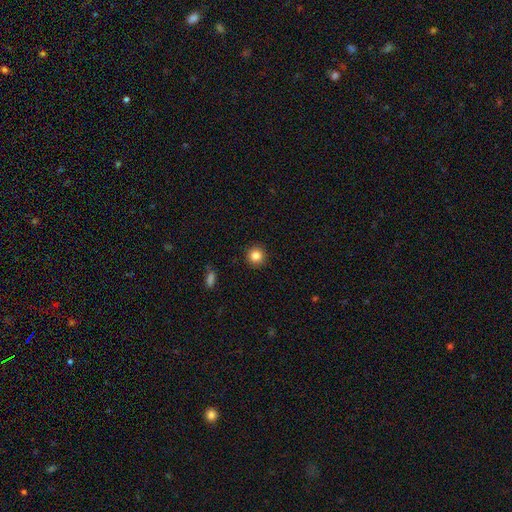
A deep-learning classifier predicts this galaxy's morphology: A smooth galaxy with no disk features (85%) that is round (94%).

Vote fractions:
- Smooth or featured? smooth: 85% / star or artifact: 10% / featured or disk: 5%
- How rounded? round: 94% / in between: 5% / cigar-shaped: 1%
- Merging? none: 92% / minor disturbance: 6% / major disturbance: 2% / merger: 1%